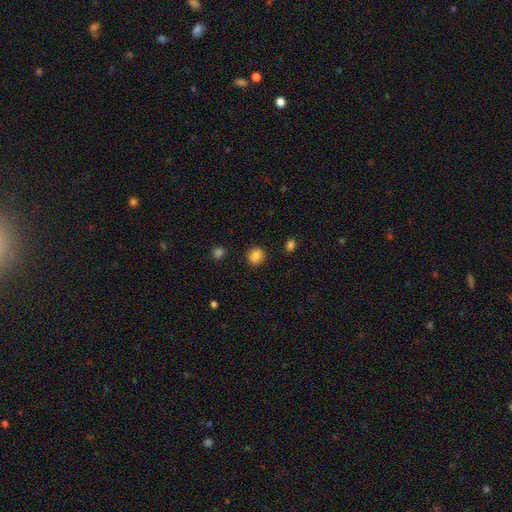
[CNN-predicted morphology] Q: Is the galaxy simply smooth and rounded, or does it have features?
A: smooth — 86%.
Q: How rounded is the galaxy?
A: round — 82%.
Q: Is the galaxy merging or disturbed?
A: none — 89%.